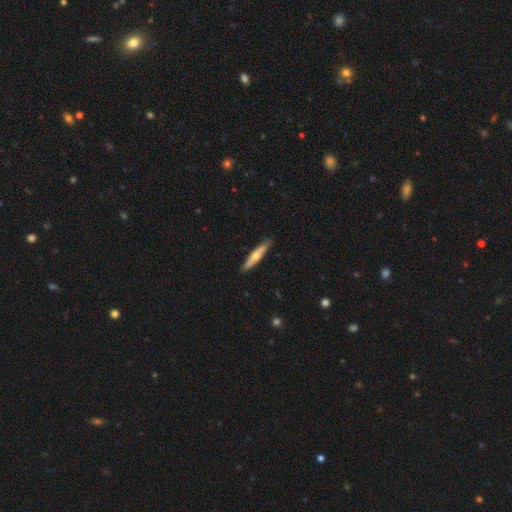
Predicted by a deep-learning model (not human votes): Smooth or featured? Predicted: smooth (p=0.50). Merging? Predicted: none (p=0.90).